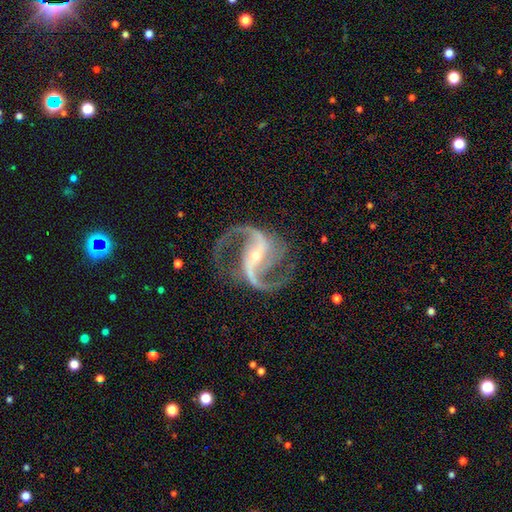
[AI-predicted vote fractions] Morphology: type=featured or disk (94%); edge-on=no (98%); bar=strong (51%); spiral arms=yes (99%); winding=medium (49%); arm count=2 (92%); bulge=small (67%); merging=none (79%).